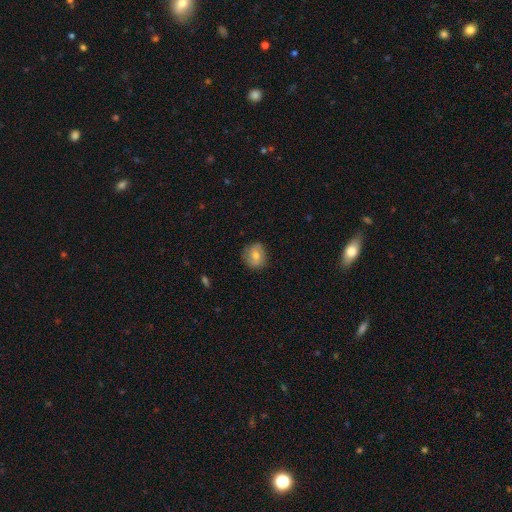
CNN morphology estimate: The model was most divided on "smooth or featured": smooth: 66%, featured or disk: 26%, star or artifact: 8%. More confident: merging — none (80%); how rounded — round (79%).